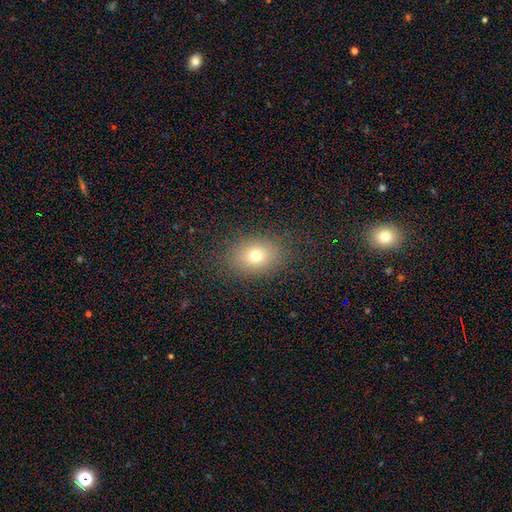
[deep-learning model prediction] Smooth or featured?
  - smooth: 73% *
  - star or artifact: 14%
  - featured or disk: 12%
How rounded?
  - in between: 63% *
  - round: 35%
  - cigar-shaped: 1%
Merging?
  - none: 86% *
  - minor disturbance: 9%
  - major disturbance: 4%
  - merger: 1%